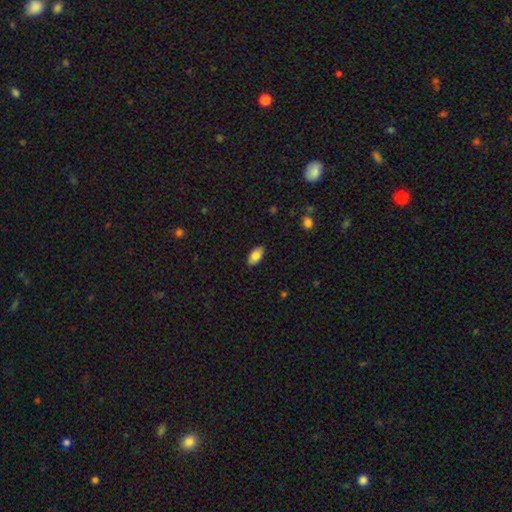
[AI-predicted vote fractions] Smooth or featured: smooth — 83% (featured or disk — 10%)
How rounded: in between — 93% (cigar-shaped — 5%)
Merging: none — 88% (minor disturbance — 9%)